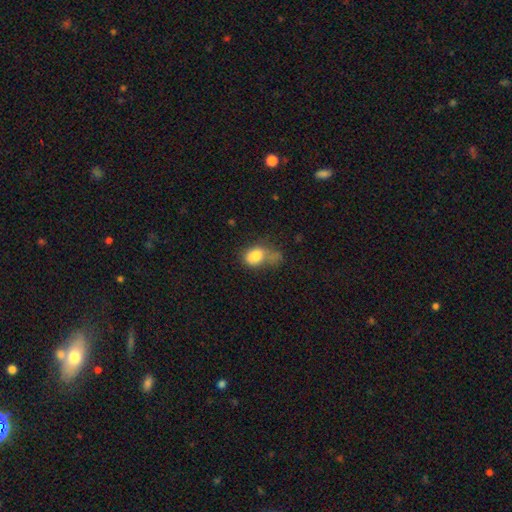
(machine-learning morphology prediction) Overall: smooth (78%). How rounded: in between (71%). Merging: major disturbance (32%; minor disturbance 25%).